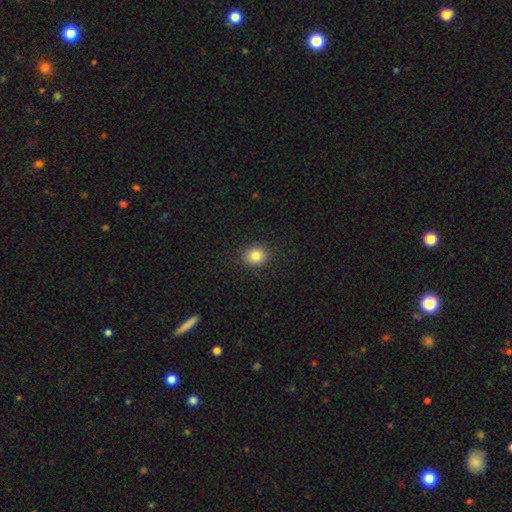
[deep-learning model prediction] smooth-or-featured: smooth: 83% | star or artifact: 10% | featured or disk: 6%
  how-rounded: round: 65% | in between: 34% | cigar-shaped: 1%
  merging: none: 89% | minor disturbance: 8% | major disturbance: 2% | merger: 1%